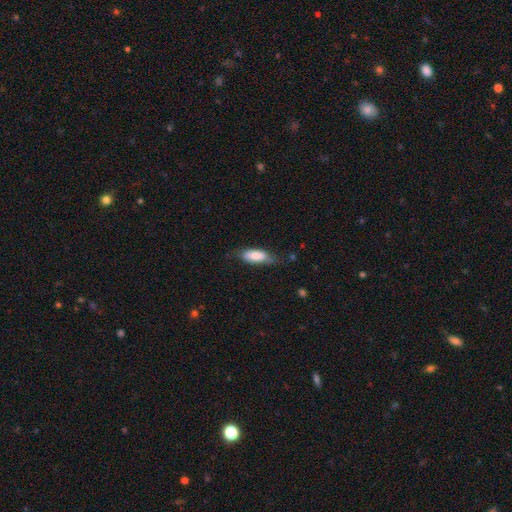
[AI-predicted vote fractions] This appears to be a smooth galaxy with no disk features (76%) that is in between round and cigar-shaped (73%). Merging: none (63%).